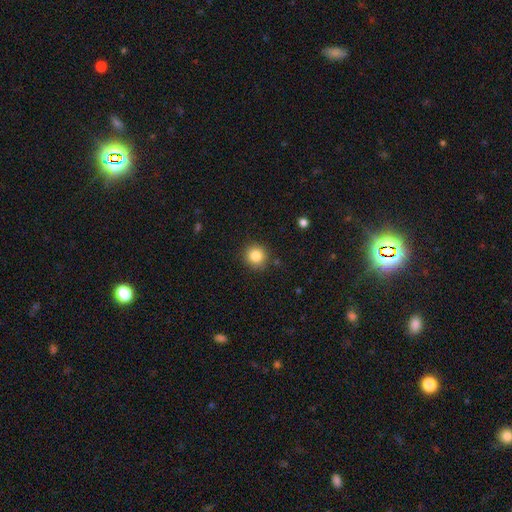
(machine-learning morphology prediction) Overall: smooth (84%). How rounded: round (93%). Merging: none (88%).